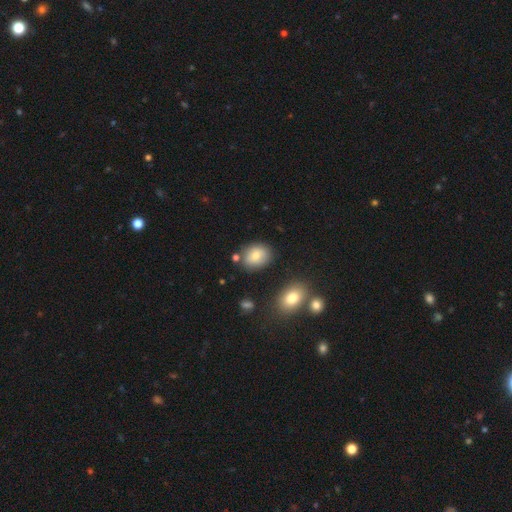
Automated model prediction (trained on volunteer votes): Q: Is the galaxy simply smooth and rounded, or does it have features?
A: smooth — 78%.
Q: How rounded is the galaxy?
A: in between — 57%.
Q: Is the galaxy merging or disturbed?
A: none — 77%.